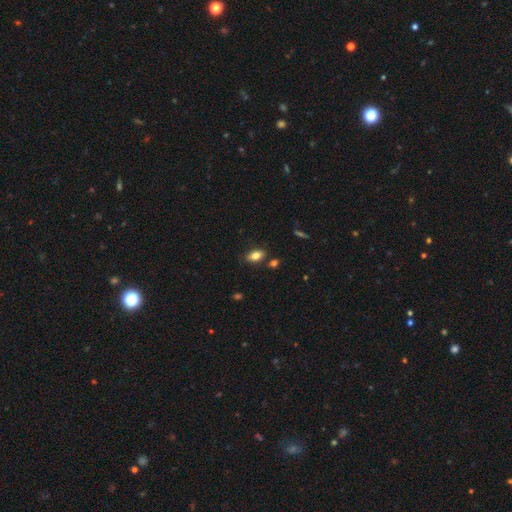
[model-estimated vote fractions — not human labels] Smooth or featured: smooth — 81% (featured or disk — 11%)
How rounded: in between — 89% (round — 6%)
Merging: none — 80% (minor disturbance — 12%)